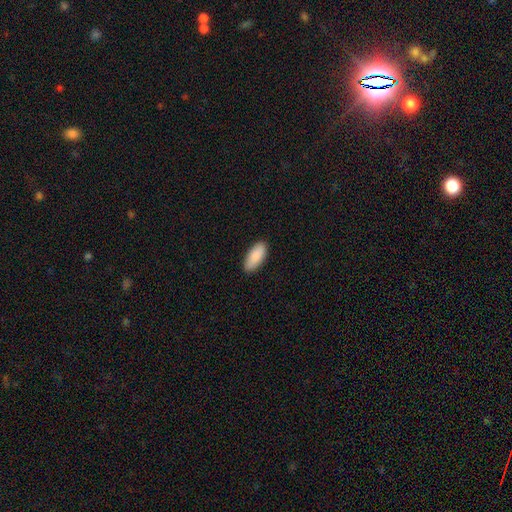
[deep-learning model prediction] smooth 89%, star or artifact 6%, featured or disk 5%. Down the decision tree: how rounded — in between (87%); merging — none (88%).